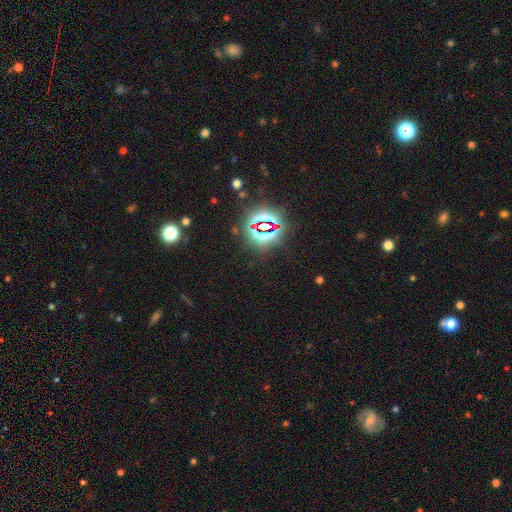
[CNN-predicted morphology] Smooth or featured? star or artifact (81%)